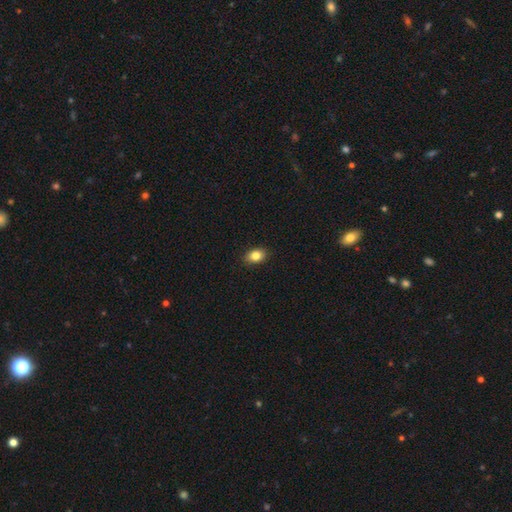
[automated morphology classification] Overall: smooth (85%). How rounded: in between (79%). Merging: none (89%).